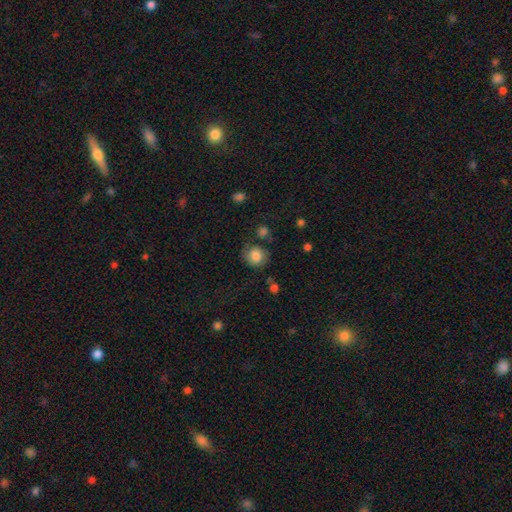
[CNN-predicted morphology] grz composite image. It shows a smooth galaxy with no disk features (78%) that is round (83%). Merging: none (66%).